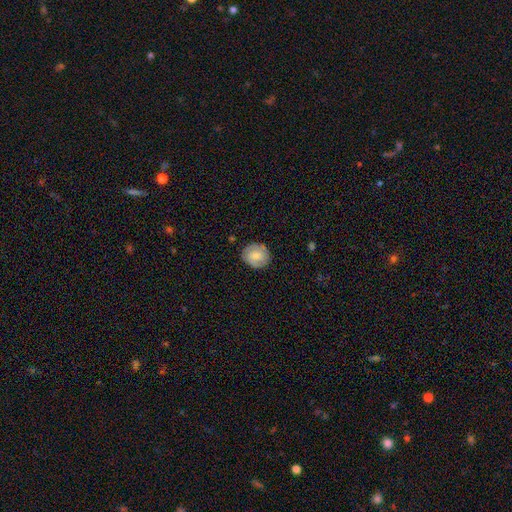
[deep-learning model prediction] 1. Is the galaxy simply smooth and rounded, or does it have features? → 62% smooth, 31% featured or disk, 7% star or artifact.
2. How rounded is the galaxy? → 75% round, 24% in between, 1% cigar-shaped.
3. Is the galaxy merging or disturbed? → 82% none, 13% minor disturbance, 3% major disturbance, 1% merger.